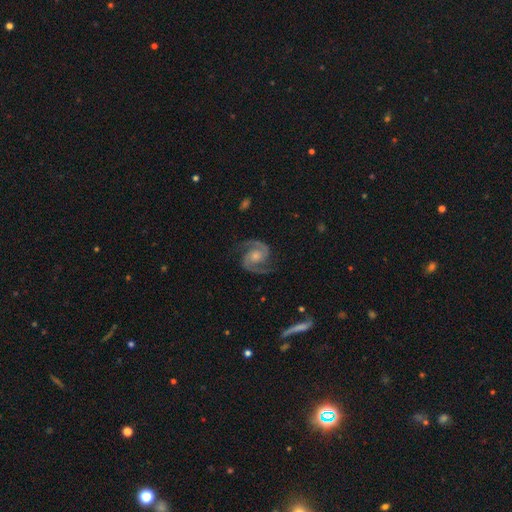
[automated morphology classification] The model was most divided on "bulge size": moderate: 47%, small: 38%, none: 8%, large: 6%, dominant: 1%. More confident: spiral arms — yes (99%); edge-on disk — no (98%); spiral arm count — 2 (95%); smooth or featured — featured or disk (93%); merging — none (82%); bar — no (64%); spiral winding — medium (61%).